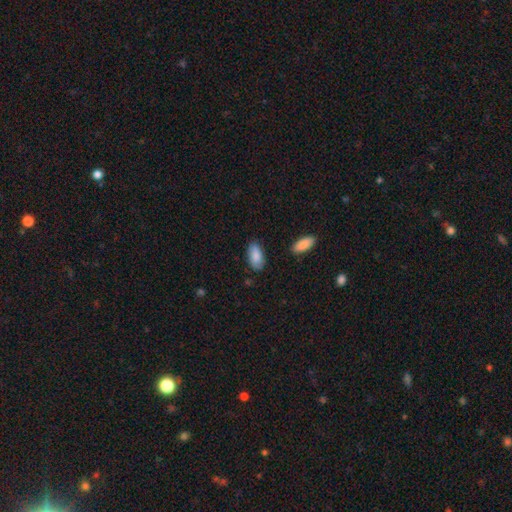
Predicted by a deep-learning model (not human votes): Smooth or featured? smooth (86%)
How rounded? in between (93%)
Merging? none (80%)